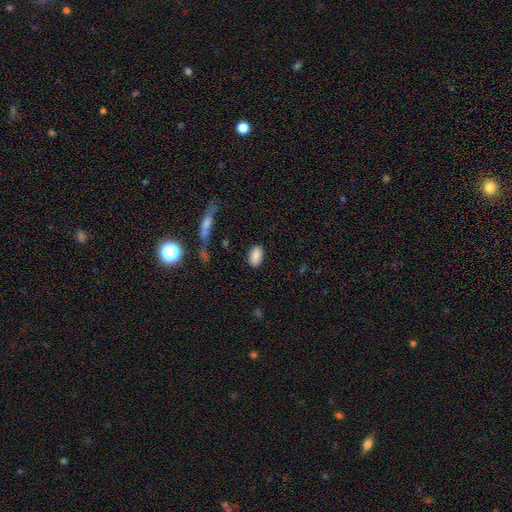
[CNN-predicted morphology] smooth 84%, featured or disk 8%, star or artifact 8%. Down the decision tree: how rounded — in between (90%); merging — none (85%).